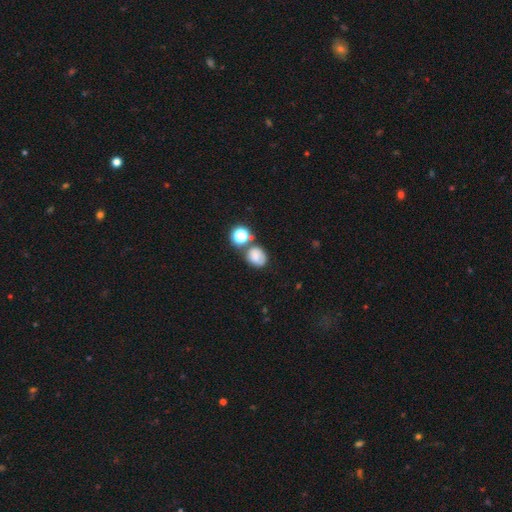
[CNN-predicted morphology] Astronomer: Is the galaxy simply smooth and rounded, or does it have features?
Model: smooth — 69%.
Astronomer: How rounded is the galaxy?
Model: round — 54% (runner-up: in between, 45%).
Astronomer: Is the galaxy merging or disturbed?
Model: none — 53%.